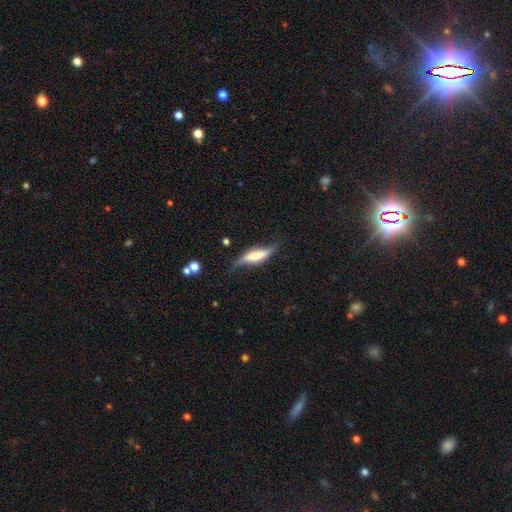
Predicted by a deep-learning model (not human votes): smooth-or-featured: featured or disk: 55% | smooth: 39% | star or artifact: 7%
  disk-edge-on: yes: 51% | no: 49%
  merging: none: 51% | minor disturbance: 32% | major disturbance: 15% | merger: 3%